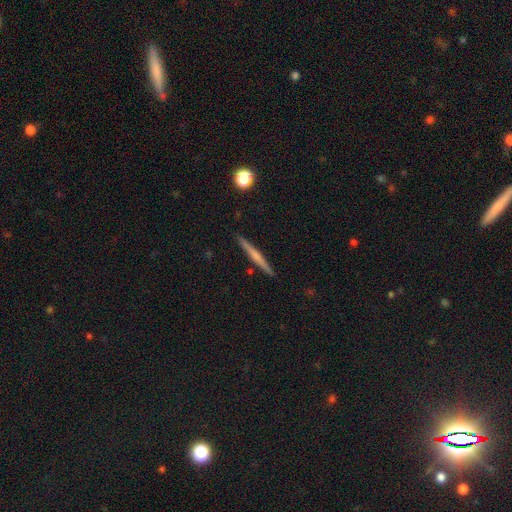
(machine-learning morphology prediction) Smooth or featured?
  - featured or disk: 53% *
  - smooth: 40%
  - star or artifact: 6%
Edge-on disk?
  - yes: 98% *
  - no: 2%
Edge-on bulge?
  - none: 55% *
  - rounded: 36%
  - boxy: 9%
Merging?
  - none: 91% *
  - minor disturbance: 6%
  - merger: 1%
  - major disturbance: 1%